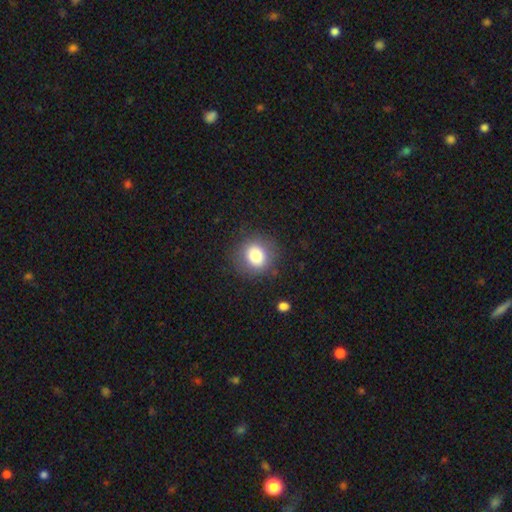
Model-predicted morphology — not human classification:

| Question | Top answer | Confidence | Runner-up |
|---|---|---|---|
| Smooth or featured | smooth | 79% | star or artifact (11%) |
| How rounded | round | 82% | in between (17%) |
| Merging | none | 84% | minor disturbance (11%) |